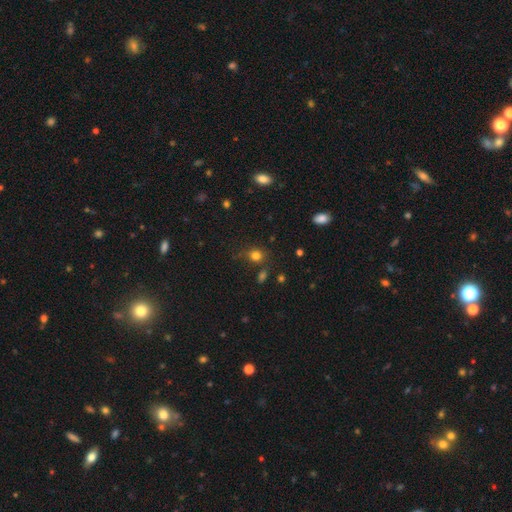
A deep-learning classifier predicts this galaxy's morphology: The model was most divided on "how rounded": round: 68%, in between: 31%, cigar-shaped: 1%. More confident: smooth or featured — smooth (78%); merging — none (69%).